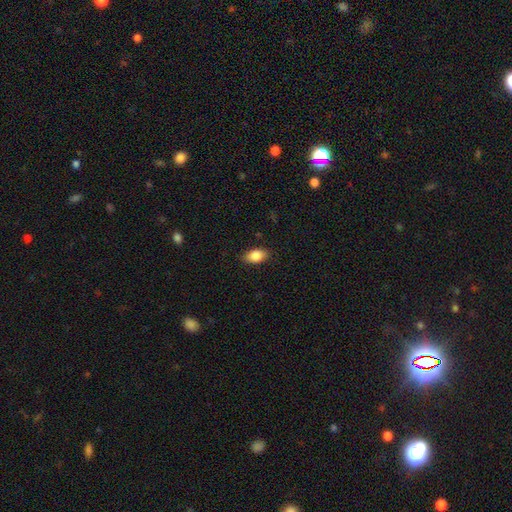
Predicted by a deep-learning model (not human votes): Smooth or featured?
  - smooth: 86% *
  - star or artifact: 7%
  - featured or disk: 7%
How rounded?
  - in between: 90% *
  - round: 7%
  - cigar-shaped: 3%
Merging?
  - none: 86% *
  - minor disturbance: 11%
  - major disturbance: 2%
  - merger: 1%